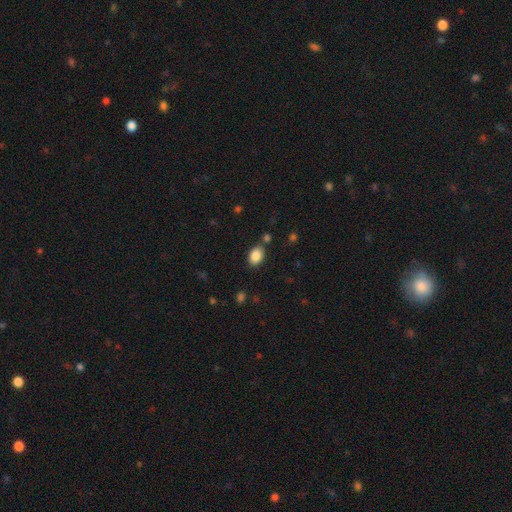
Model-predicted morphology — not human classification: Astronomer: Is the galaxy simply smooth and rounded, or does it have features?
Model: smooth — 87%.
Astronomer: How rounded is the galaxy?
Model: in between — 83%.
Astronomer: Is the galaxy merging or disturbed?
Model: none — 82%.